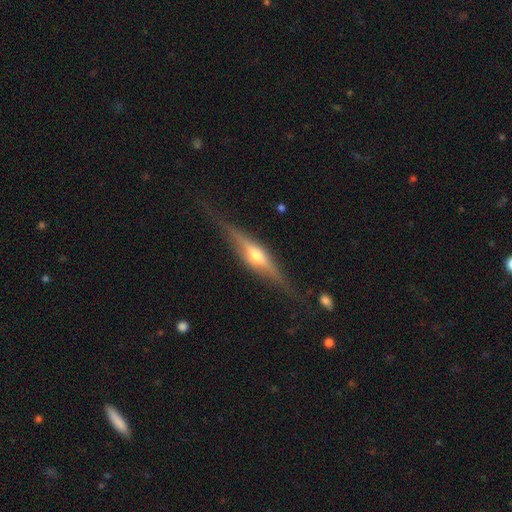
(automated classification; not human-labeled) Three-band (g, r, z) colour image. It shows a featured or disk galaxy (77%) viewed edge-on (96%) with a rounded central bulge (89%). Merging: none (83%).